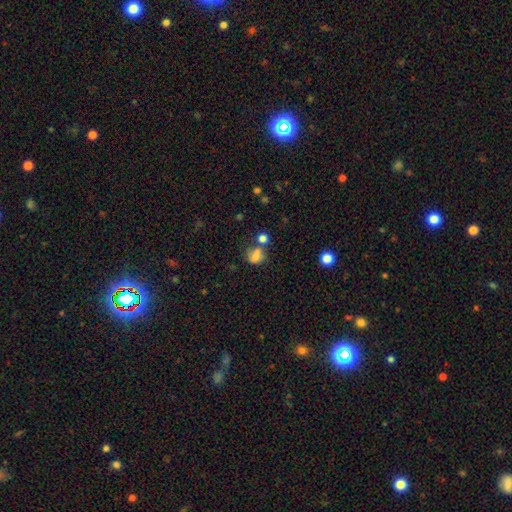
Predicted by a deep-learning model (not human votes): This is likely a smooth galaxy (74%). How rounded: possibly round (54%). Merging: possibly none (48%).